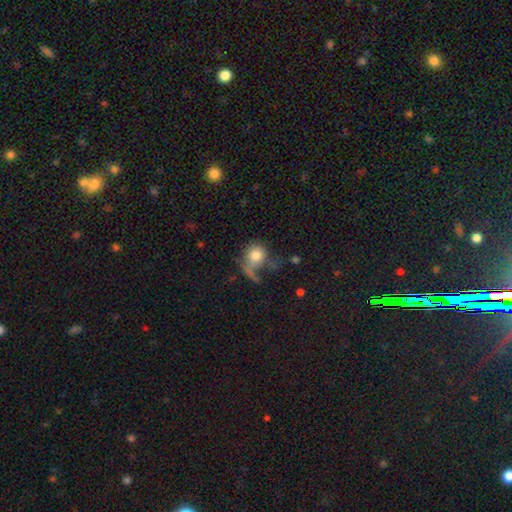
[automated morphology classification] This appears to be a smooth galaxy with no disk features (71%) that is round (72%). Merging: major disturbance (43%).